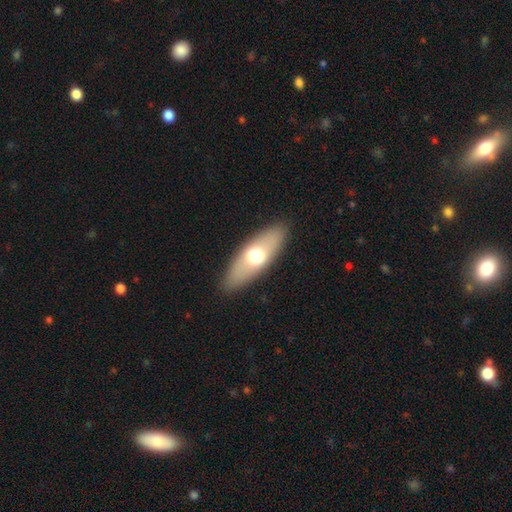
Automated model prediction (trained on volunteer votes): This is likely a smooth galaxy (60%). How rounded: likely in between (66%). Merging: clearly none (88%).